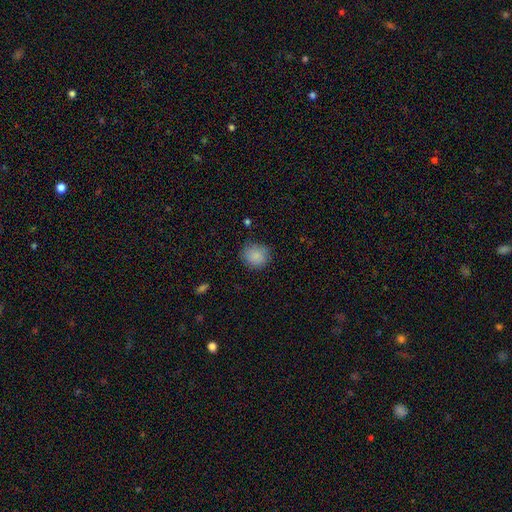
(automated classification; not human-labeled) smooth-or-featured: smooth: 86% | star or artifact: 8% | featured or disk: 6%
  how-rounded: round: 82% | in between: 17% | cigar-shaped: 1%
  merging: none: 78% | minor disturbance: 16% | major disturbance: 4% | merger: 1%